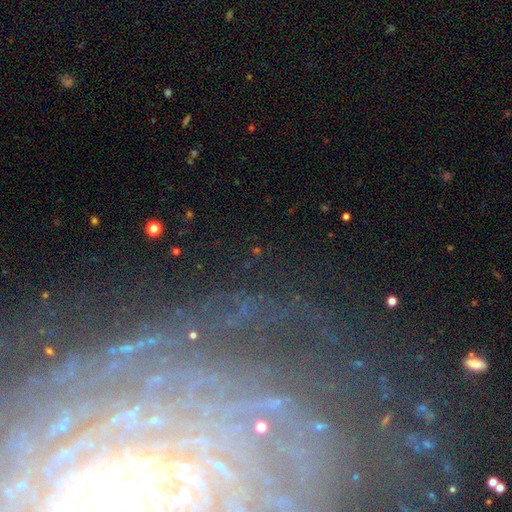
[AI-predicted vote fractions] Smooth or featured: featured or disk — 58% (star or artifact — 27%)
Edge-on disk: no — 88% (yes — 12%)
Bar: no — 39% (strong — 31%)
Spiral arms: yes — 86% (no — 14%)
Bulge size: small — 61% (moderate — 25%)
Merging: none — 77% (minor disturbance — 12%)